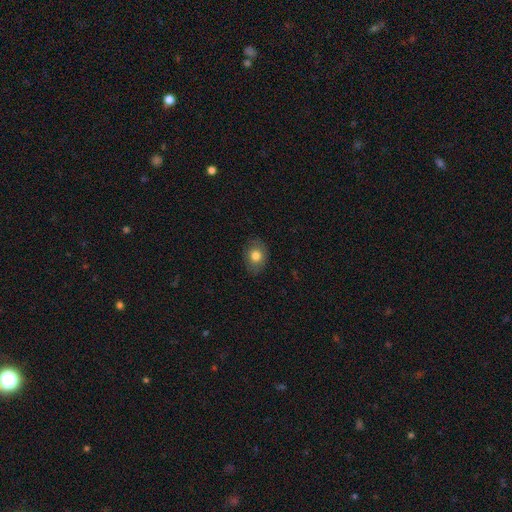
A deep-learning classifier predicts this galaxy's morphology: Smooth or featured? Predicted: smooth (p=0.77). How rounded? Predicted: in between (p=0.59). Merging? Predicted: none (p=0.84).